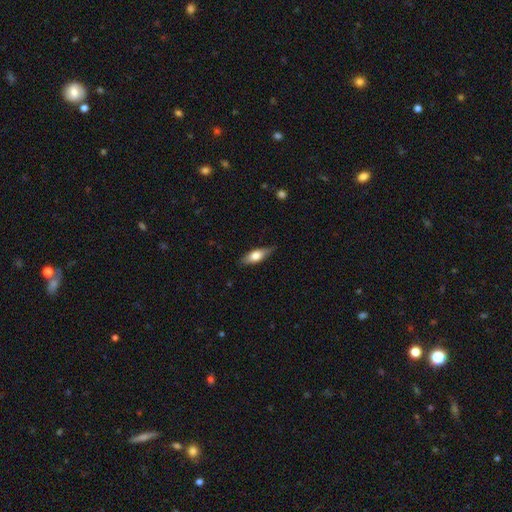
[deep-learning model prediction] smooth-or-featured: smooth: 66% | featured or disk: 28% | star or artifact: 6%
  how-rounded: in between: 63% | cigar-shaped: 34% | round: 3%
  merging: none: 81% | minor disturbance: 15% | major disturbance: 3% | merger: 1%